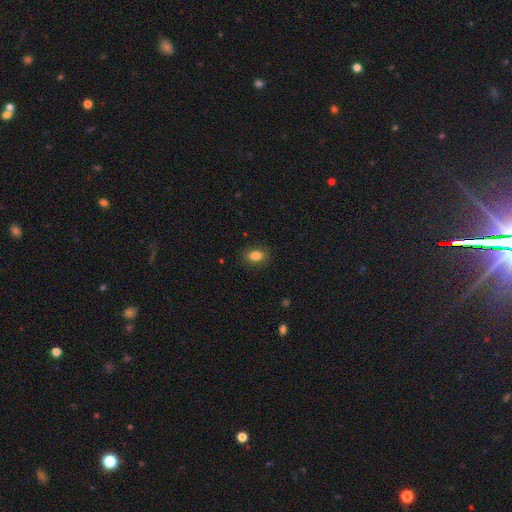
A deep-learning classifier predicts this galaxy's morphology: smooth 83%, star or artifact 9%, featured or disk 8%. Down the decision tree: how rounded — in between (78%); merging — none (85%).